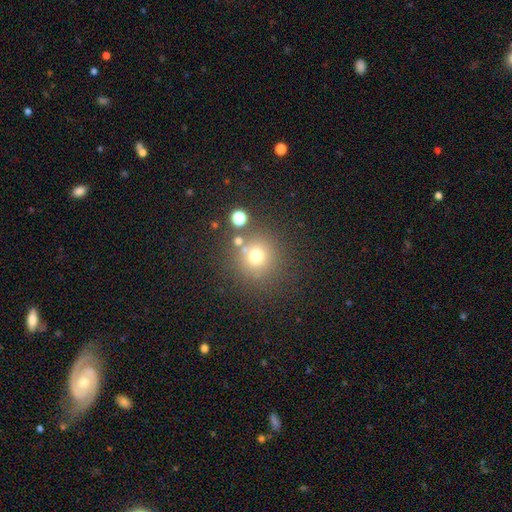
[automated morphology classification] A smooth galaxy with no disk features (71%) that is round (91%).

Vote fractions:
- Smooth or featured? smooth: 71% / star or artifact: 19% / featured or disk: 10%
- How rounded? round: 91% / in between: 8% / cigar-shaped: 1%
- Merging? none: 75% / merger: 11% / minor disturbance: 9% / major disturbance: 4%